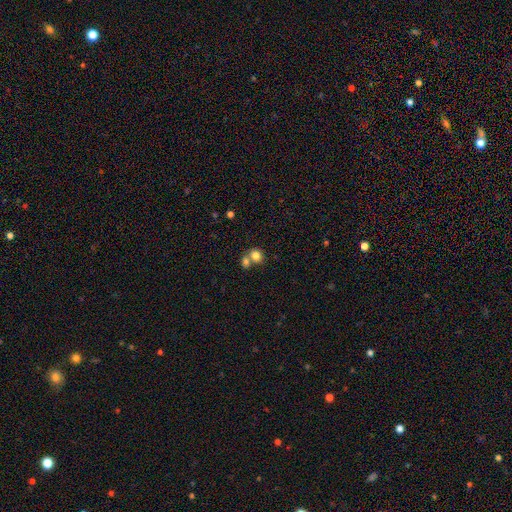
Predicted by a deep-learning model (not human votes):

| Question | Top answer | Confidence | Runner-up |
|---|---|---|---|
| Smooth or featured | smooth | 80% | star or artifact (11%) |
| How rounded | round | 69% | in between (30%) |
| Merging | merger | 49% | none (40%) |